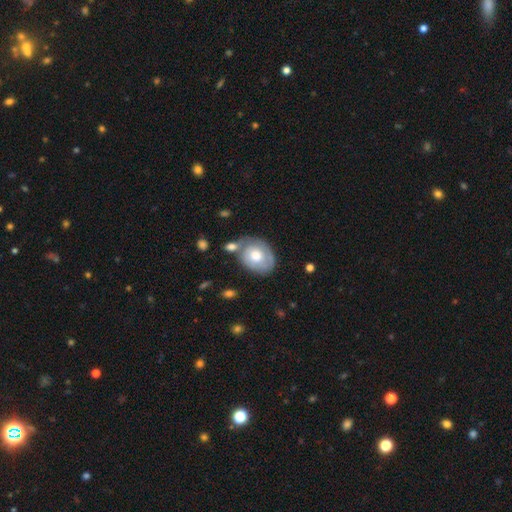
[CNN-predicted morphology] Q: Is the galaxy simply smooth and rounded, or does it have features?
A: smooth — 53%.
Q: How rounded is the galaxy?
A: in between — 56%.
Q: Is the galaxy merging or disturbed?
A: none — 55%.